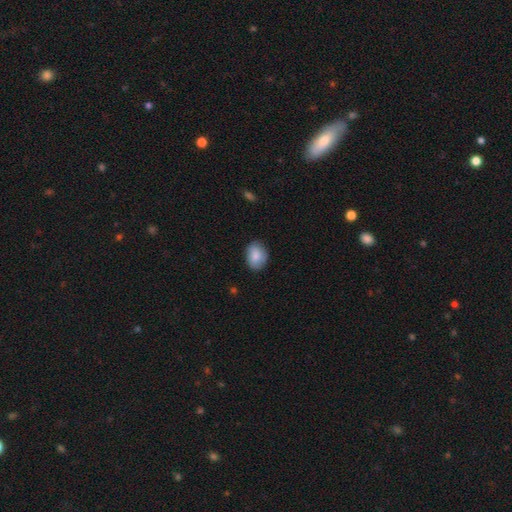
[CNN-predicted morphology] The model was most divided on "how rounded": in between: 70%, round: 29%, cigar-shaped: 1%. More confident: smooth or featured — smooth (85%); merging — none (81%).